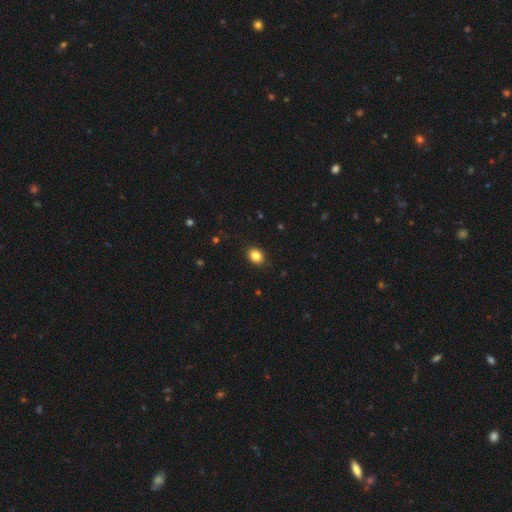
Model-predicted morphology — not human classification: This appears to be a smooth galaxy with no disk features (86%) that is in between round and cigar-shaped (64%). Merging: none (89%).